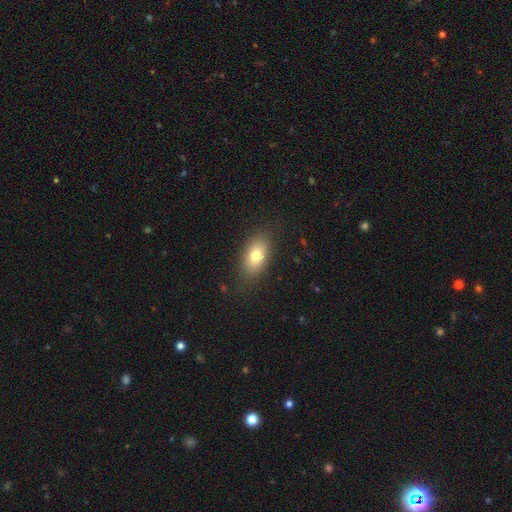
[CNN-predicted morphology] smooth 77%, featured or disk 14%, star or artifact 9%. Down the decision tree: how rounded — in between (87%); merging — none (82%).